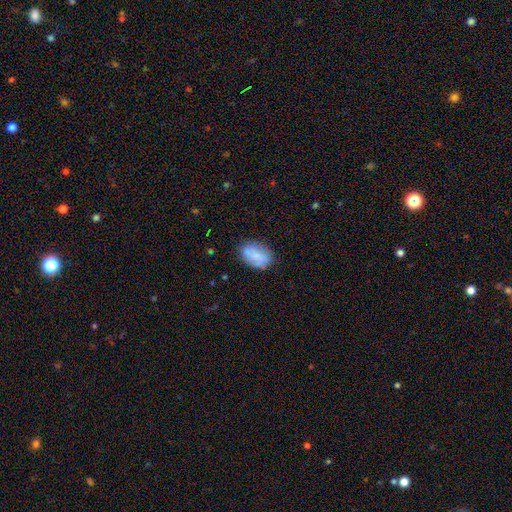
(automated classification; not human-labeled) Overall: smooth (72%). How rounded: in between (87%). Merging: none (75%).